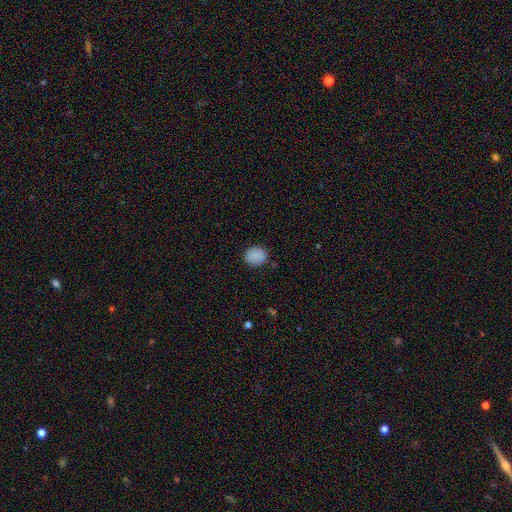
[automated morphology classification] smooth_or_featured: smooth (p=0.88) [alt: star or artifact p=0.08]
how_rounded: round (p=0.70) [alt: in between p=0.29]
merging: none (p=0.86) [alt: minor disturbance p=0.10]